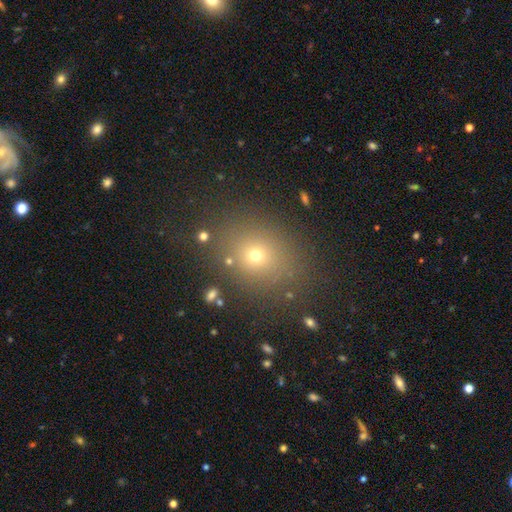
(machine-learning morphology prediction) This is likely a smooth galaxy (65%). How rounded: likely round (61%). Merging: clearly none (83%).